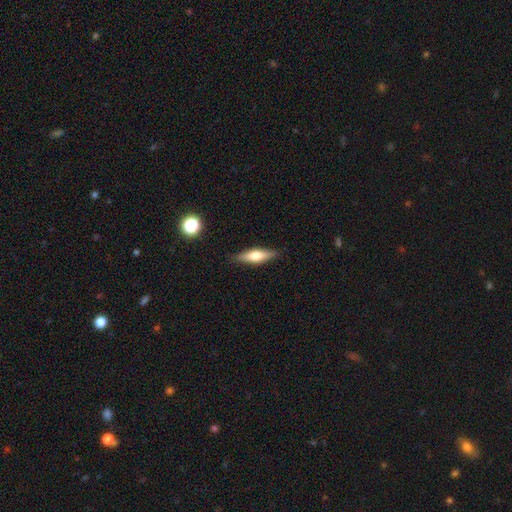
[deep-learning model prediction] A smooth galaxy with no disk features (52%) that is cigar-shaped (65%).

Vote fractions:
- Smooth or featured? smooth: 52% / featured or disk: 41% / star or artifact: 7%
- How rounded? cigar-shaped: 65% / in between: 32% / round: 2%
- Merging? none: 87% / minor disturbance: 9% / major disturbance: 2% / merger: 1%